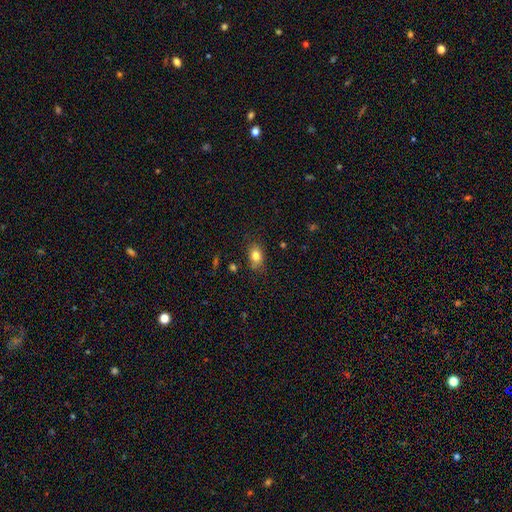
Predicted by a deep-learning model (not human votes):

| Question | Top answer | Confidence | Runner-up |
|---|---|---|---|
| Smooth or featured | smooth | 81% | star or artifact (9%) |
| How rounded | in between | 78% | round (20%) |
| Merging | none | 76% | minor disturbance (18%) |